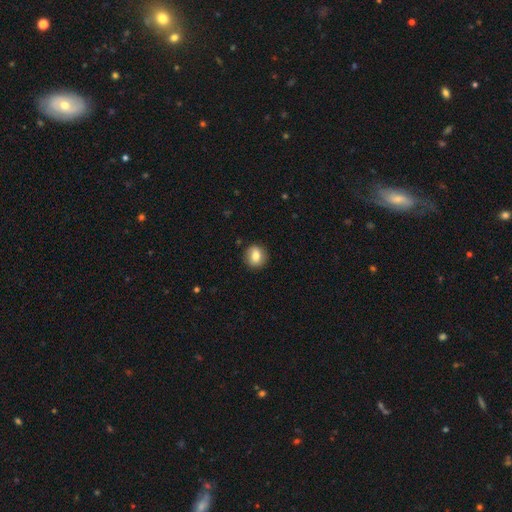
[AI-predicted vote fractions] smooth-or-featured: smooth: 74% | featured or disk: 17% | star or artifact: 9%
  how-rounded: round: 75% | in between: 23% | cigar-shaped: 1%
  merging: none: 87% | minor disturbance: 10% | major disturbance: 3% | merger: 1%